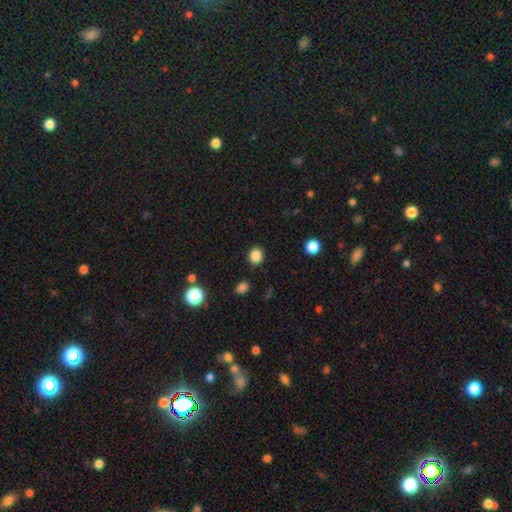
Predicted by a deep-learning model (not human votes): This appears to be a smooth galaxy with no disk features (86%) that is round (85%). Merging: none (90%).